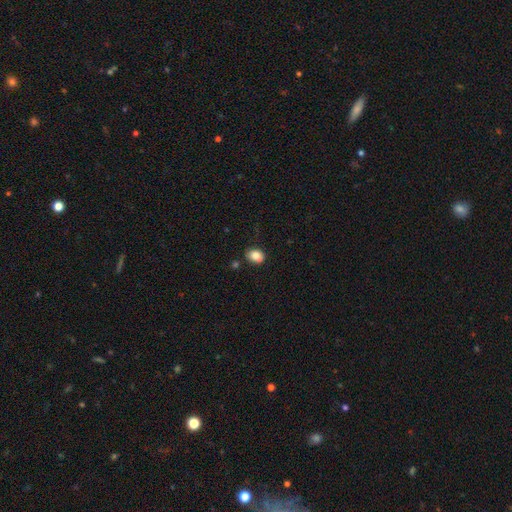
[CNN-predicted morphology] Overall: smooth (84%). How rounded: in between (69%; round 30%). Merging: none (80%).